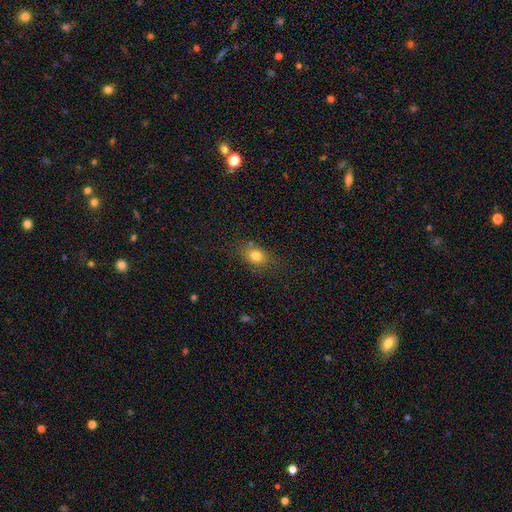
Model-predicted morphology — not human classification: type=smooth (79%); roundness=in between (69%); merging=none (74%).